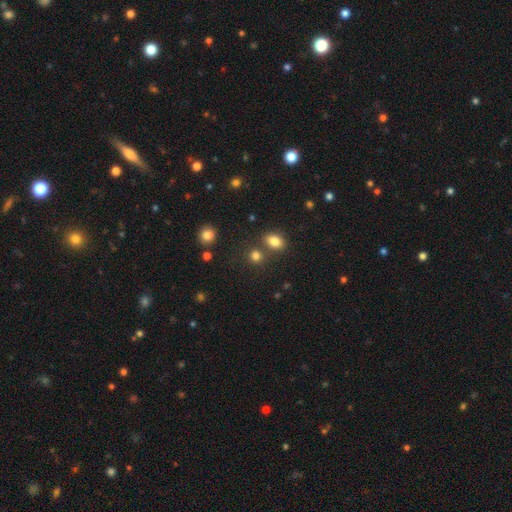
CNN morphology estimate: Q: Smooth or featured?
A: smooth (81%); runner-up: star or artifact (14%)
Q: How rounded?
A: round (71%); runner-up: in between (27%)
Q: Merging?
A: none (67%); runner-up: merger (21%)